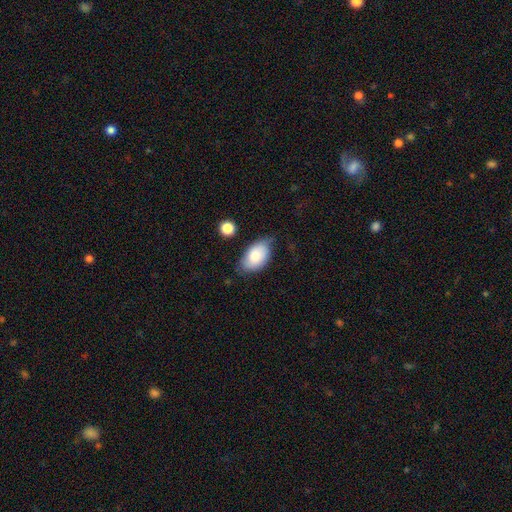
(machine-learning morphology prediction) Smooth or featured? Predicted: smooth (p=0.75). How rounded? Predicted: in between (p=0.91). Merging? Predicted: none (p=0.59).